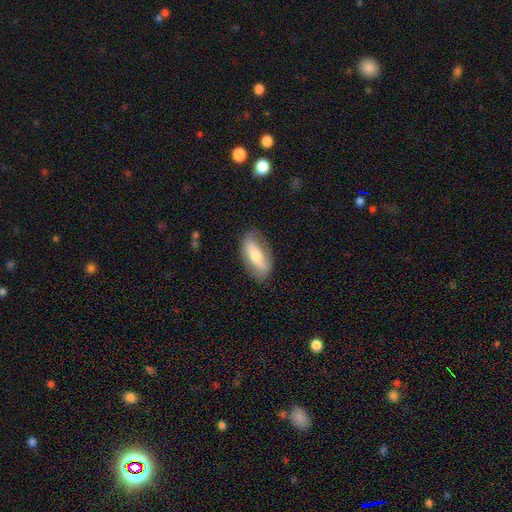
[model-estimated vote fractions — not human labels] This appears to be a smooth galaxy with no disk features (49%). Merging: none (80%).